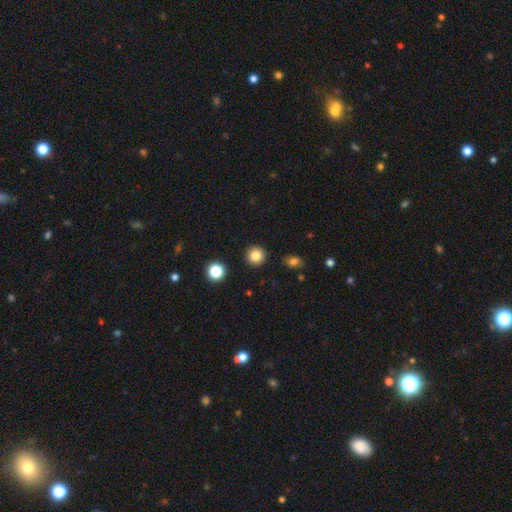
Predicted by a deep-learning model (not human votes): Morphology: type=smooth (83%); roundness=round (95%); merging=none (92%).